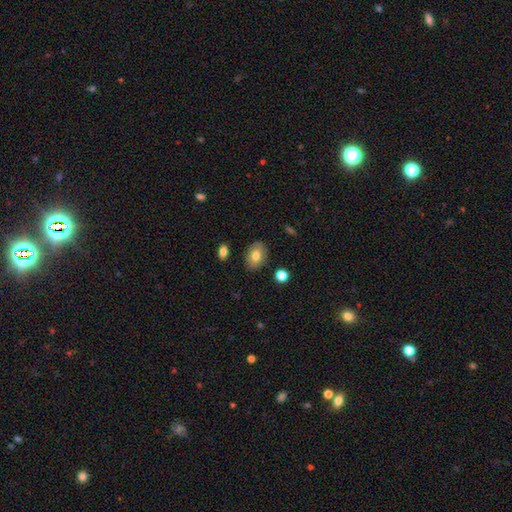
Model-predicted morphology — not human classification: Smooth or featured? Predicted: smooth (p=0.73). How rounded? Predicted: in between (p=0.81). Merging? Predicted: none (p=0.84).